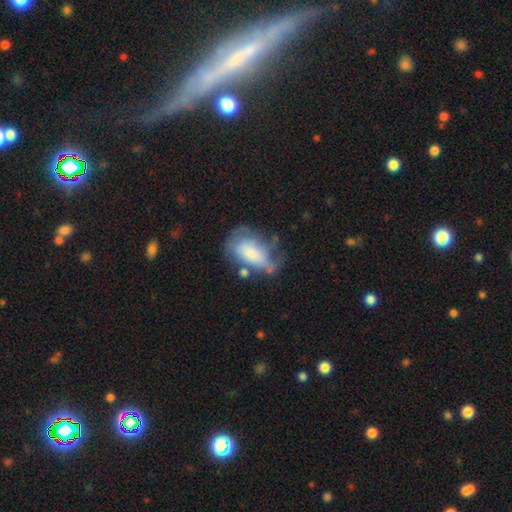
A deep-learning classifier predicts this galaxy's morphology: This is possibly a smooth galaxy (53%). How rounded: clearly in between (87%). Merging: marginally none (33%).